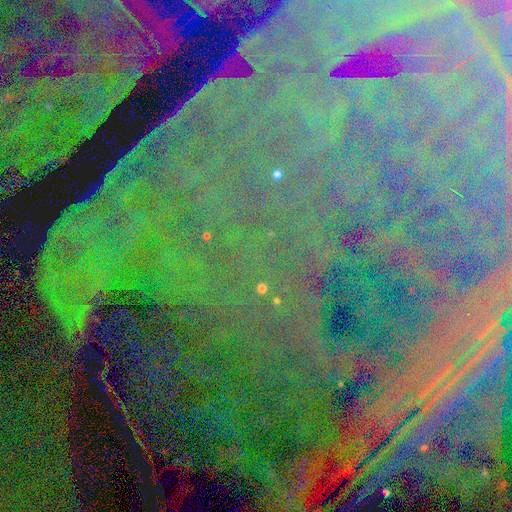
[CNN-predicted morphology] Smooth or featured: star or artifact — 85% (featured or disk — 9%)